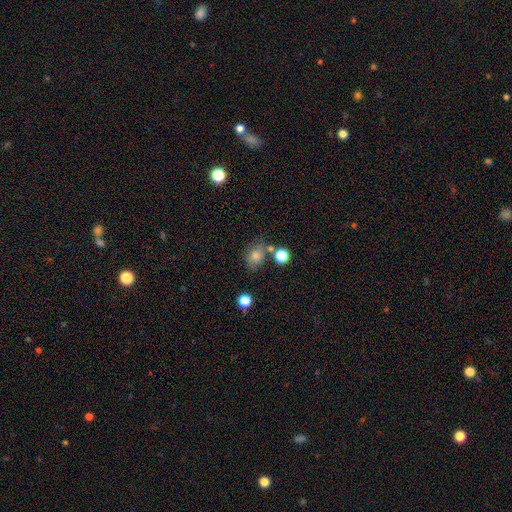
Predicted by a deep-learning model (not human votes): Smooth or featured: smooth — 73% (star or artifact — 14%)
How rounded: round — 52% (in between — 46%)
Merging: none — 62% (minor disturbance — 19%)